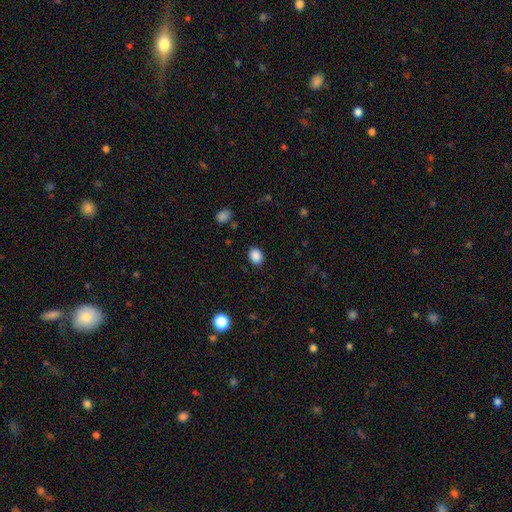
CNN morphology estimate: smooth-or-featured: smooth: 88% | star or artifact: 9% | featured or disk: 3%
  how-rounded: in between: 59% | round: 40% | cigar-shaped: 1%
  merging: none: 88% | minor disturbance: 8% | major disturbance: 3% | merger: 1%